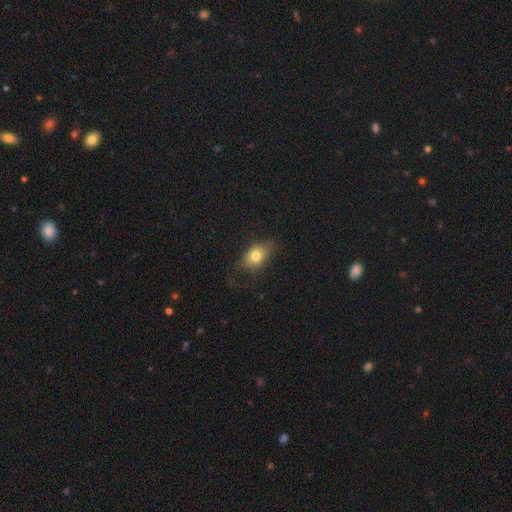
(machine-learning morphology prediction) This appears to be a smooth galaxy with no disk features (75%) that is in between round and cigar-shaped (76%). Merging: none (62%).